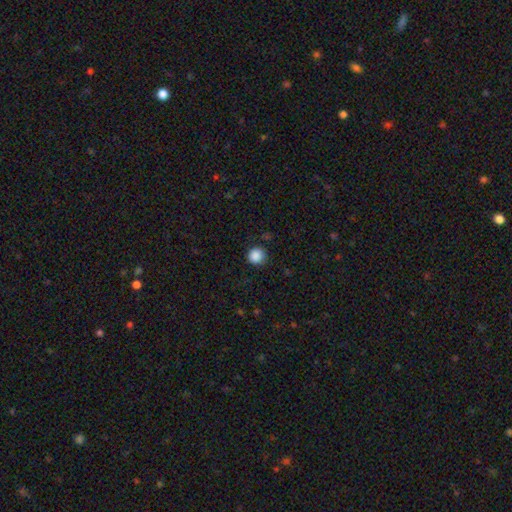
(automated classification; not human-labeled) Smooth or featured? smooth (87%)
How rounded? round (94%)
Merging? none (86%)